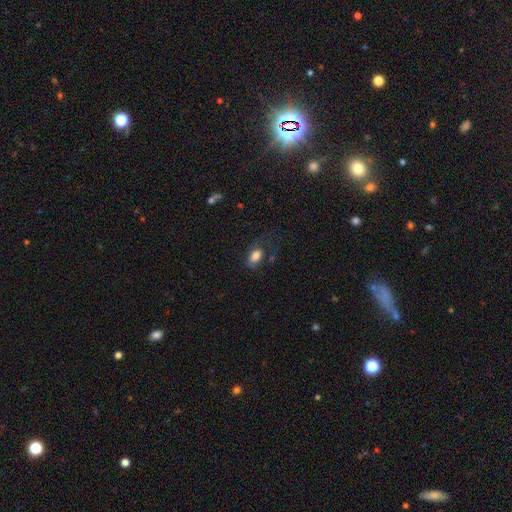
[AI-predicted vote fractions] Smooth or featured: smooth — 80% (featured or disk — 12%)
How rounded: in between — 87% (round — 11%)
Merging: none — 51% (minor disturbance — 25%)